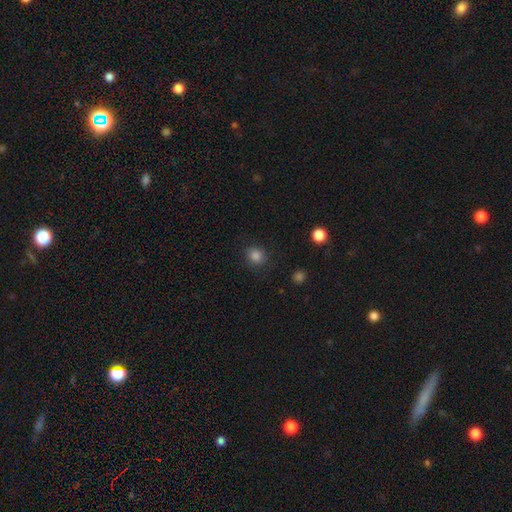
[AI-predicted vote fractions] smooth 84%, star or artifact 12%, featured or disk 4%. Down the decision tree: how rounded — round (76%); merging — none (85%).